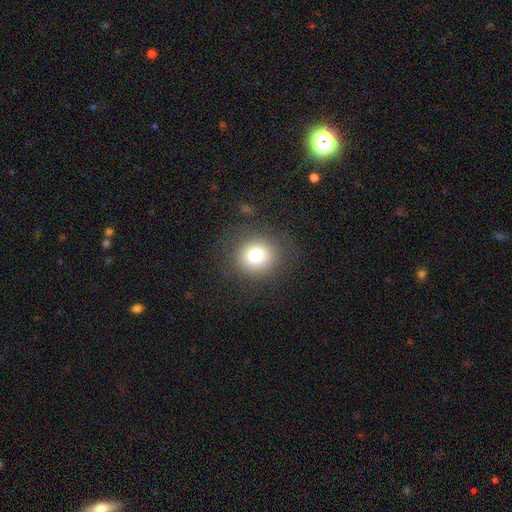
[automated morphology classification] Smooth or featured? Predicted: smooth (p=0.76). How rounded? Predicted: round (p=0.88). Merging? Predicted: none (p=0.85).